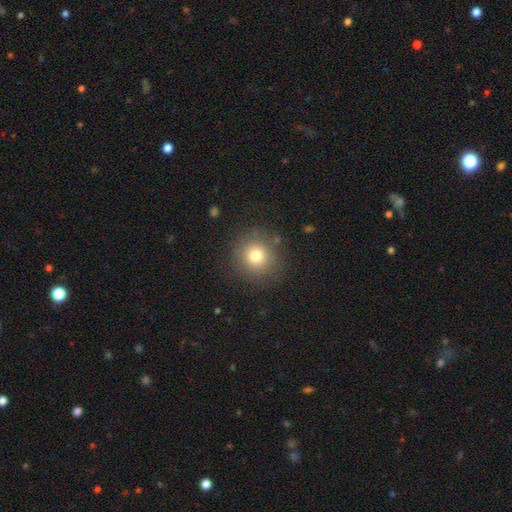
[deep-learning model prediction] Smooth or featured? smooth (76%)
How rounded? round (91%)
Merging? none (85%)